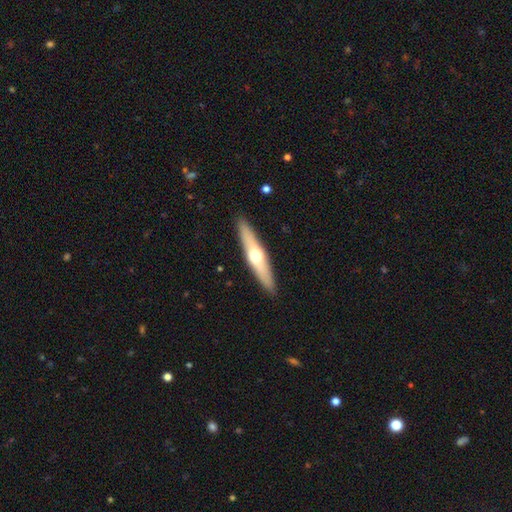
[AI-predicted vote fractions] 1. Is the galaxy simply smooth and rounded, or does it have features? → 53% featured or disk, 42% smooth, 5% star or artifact.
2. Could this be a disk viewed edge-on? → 90% yes, 10% no.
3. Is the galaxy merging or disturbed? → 91% none, 7% minor disturbance, 2% major disturbance, 1% merger.